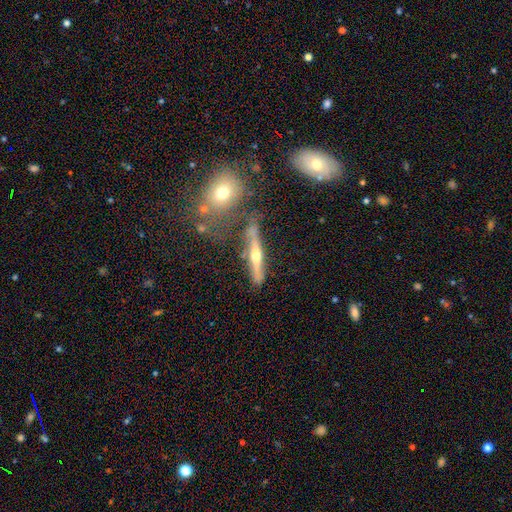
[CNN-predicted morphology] Overall: featured or disk (68%). Edge-on disk: yes (90%). Edge-on bulge: rounded (90%). Merging: none (68%).